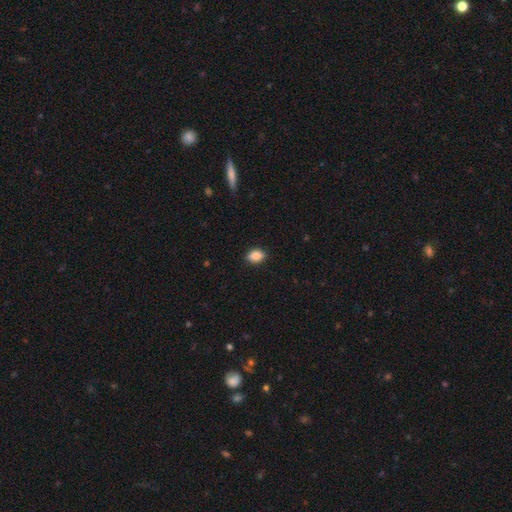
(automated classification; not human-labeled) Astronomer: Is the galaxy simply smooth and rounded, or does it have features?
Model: smooth — 86%.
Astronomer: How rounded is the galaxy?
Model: in between — 80%.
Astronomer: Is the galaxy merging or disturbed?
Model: none — 87%.